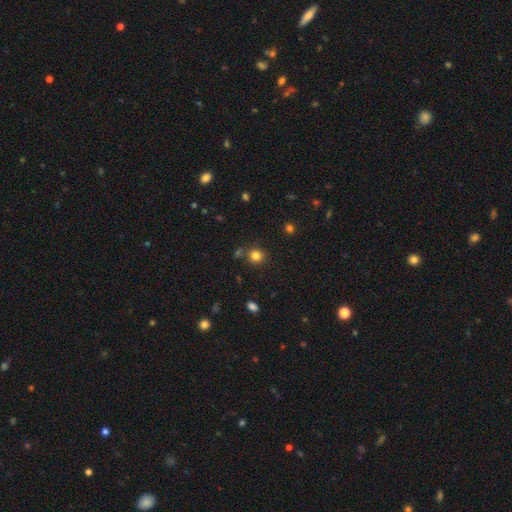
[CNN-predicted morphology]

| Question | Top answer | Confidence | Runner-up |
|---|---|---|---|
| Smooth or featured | smooth | 81% | star or artifact (14%) |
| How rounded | round | 88% | in between (11%) |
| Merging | none | 80% | minor disturbance (9%) |